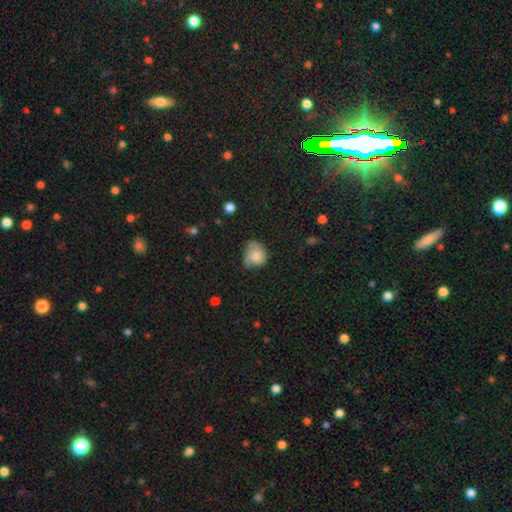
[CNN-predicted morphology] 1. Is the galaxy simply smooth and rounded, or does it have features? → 72% smooth, 20% featured or disk, 8% star or artifact.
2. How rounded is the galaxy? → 55% round, 44% in between, 1% cigar-shaped.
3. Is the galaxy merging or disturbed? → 41% minor disturbance, 39% none, 18% major disturbance, 2% merger.